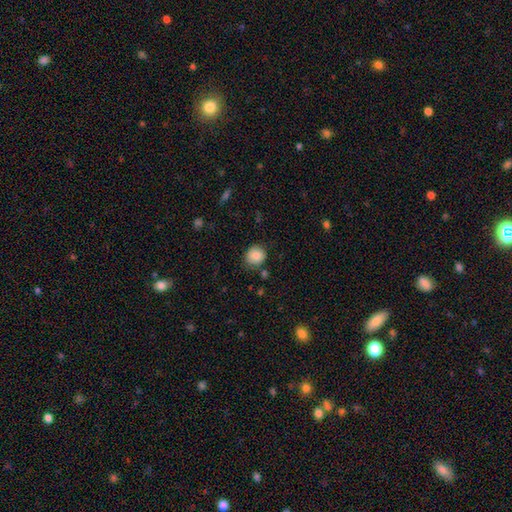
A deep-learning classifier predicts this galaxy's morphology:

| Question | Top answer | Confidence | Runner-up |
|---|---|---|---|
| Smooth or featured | smooth | 85% | star or artifact (9%) |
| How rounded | round | 86% | in between (13%) |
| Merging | none | 78% | minor disturbance (15%) |